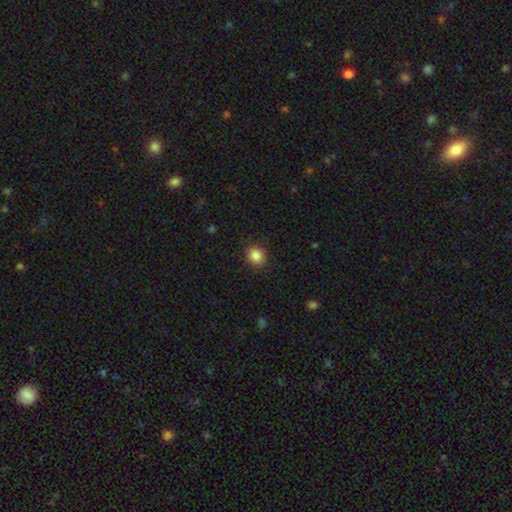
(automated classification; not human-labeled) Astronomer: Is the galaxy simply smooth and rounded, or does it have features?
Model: smooth — 86%.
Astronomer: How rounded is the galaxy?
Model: round — 80%.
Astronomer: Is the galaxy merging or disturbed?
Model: none — 87%.